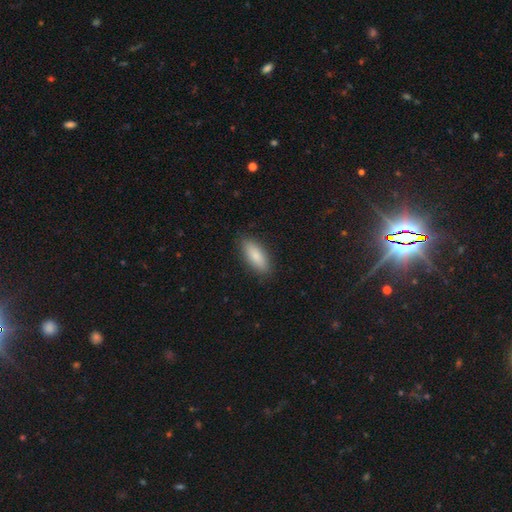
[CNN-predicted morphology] Smooth or featured? Predicted: smooth (p=0.86). How rounded? Predicted: in between (p=0.72). Merging? Predicted: none (p=0.87).